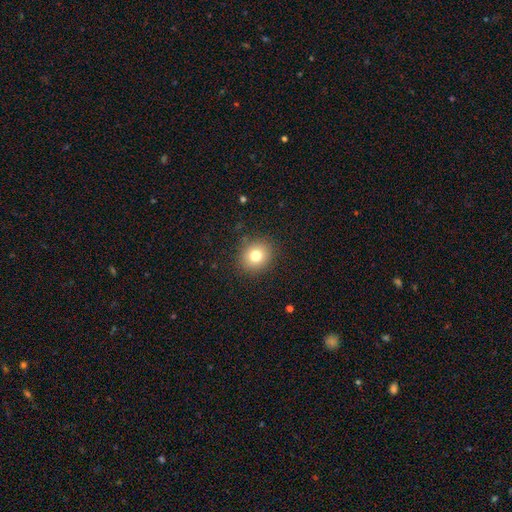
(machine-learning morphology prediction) This appears to be a smooth galaxy with no disk features (78%) that is round (82%). Merging: none (88%).